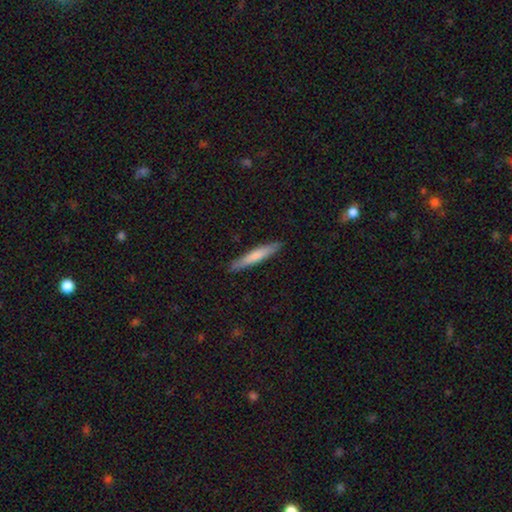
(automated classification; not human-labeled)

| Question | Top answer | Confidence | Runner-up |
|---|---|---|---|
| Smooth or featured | smooth | 67% | featured or disk (28%) |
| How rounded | cigar-shaped | 93% | in between (6%) |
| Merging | none | 90% | minor disturbance (8%) |